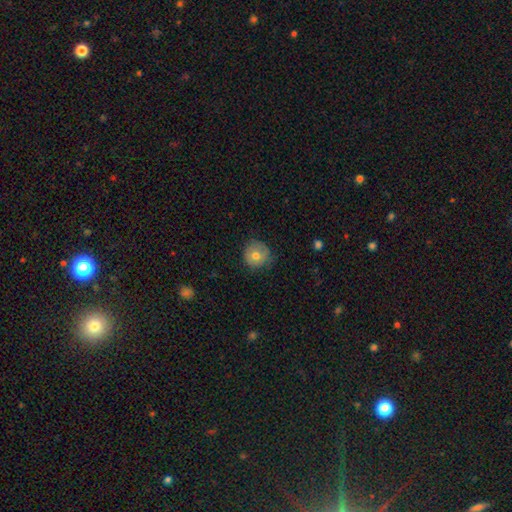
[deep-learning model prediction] A smooth galaxy with no disk features (72%) that is round (92%).

Vote fractions:
- Smooth or featured? smooth: 72% / featured or disk: 19% / star or artifact: 8%
- How rounded? round: 92% / in between: 7% / cigar-shaped: 1%
- Merging? none: 74% / minor disturbance: 20% / major disturbance: 4% / merger: 1%